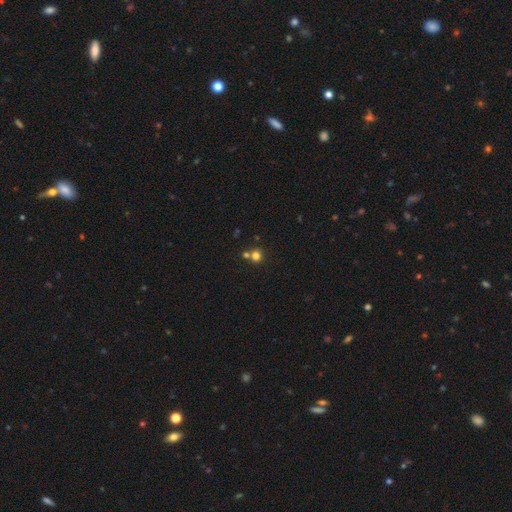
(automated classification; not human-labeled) A smooth galaxy with no disk features (75%) that is round (89%). Merging: none (61%).